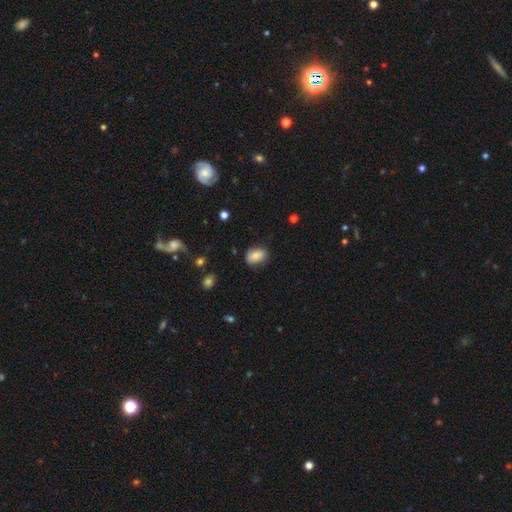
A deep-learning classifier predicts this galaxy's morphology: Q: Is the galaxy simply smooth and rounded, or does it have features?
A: smooth — 79%.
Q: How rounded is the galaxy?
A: in between — 81%.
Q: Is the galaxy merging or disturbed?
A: none — 75%.